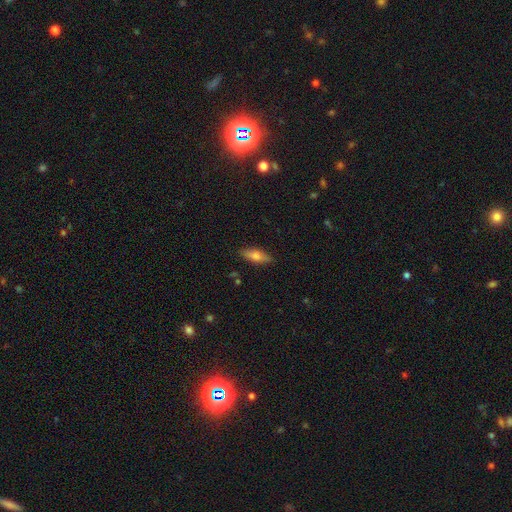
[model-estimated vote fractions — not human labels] smooth 62%, featured or disk 30%, star or artifact 8%. Down the decision tree: how rounded — in between (57%); merging — none (86%).